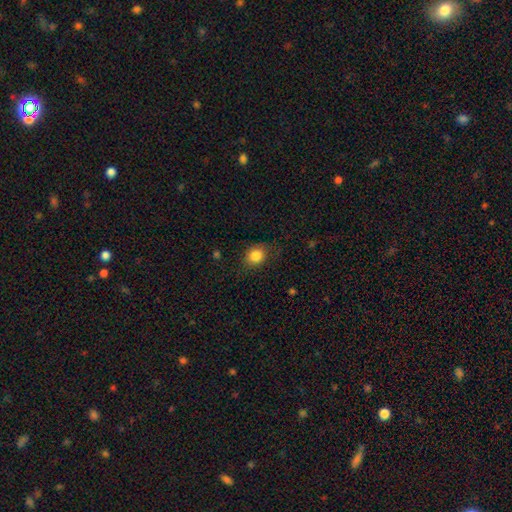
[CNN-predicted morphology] Overall: smooth (84%). How rounded: round (56%; in between 42%). Merging: none (75%).